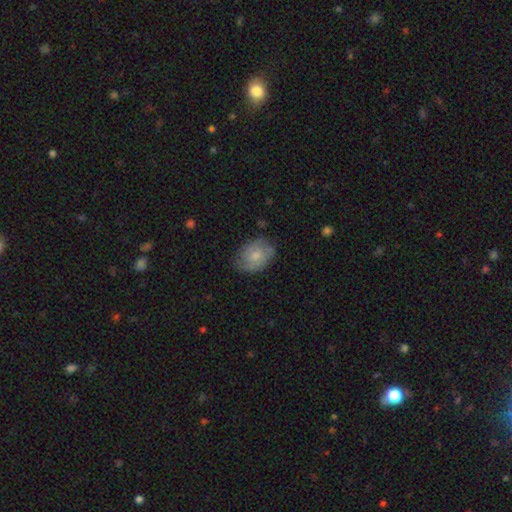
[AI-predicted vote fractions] Overall: smooth (60%; featured or disk 33%). How rounded: in between (72%). Merging: none (69%).